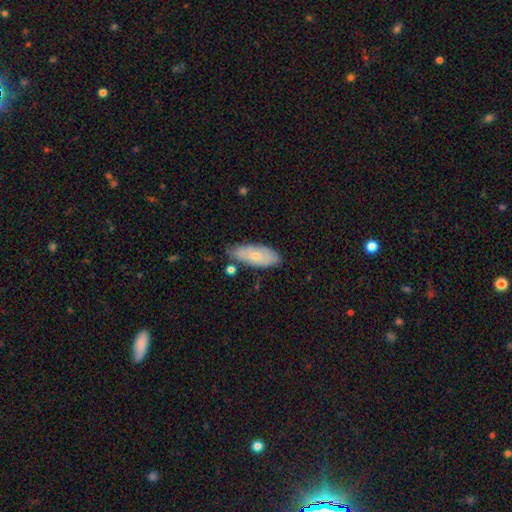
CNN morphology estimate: A smooth galaxy with no disk features (68%) that is in between round and cigar-shaped (81%). Merging: none (68%).